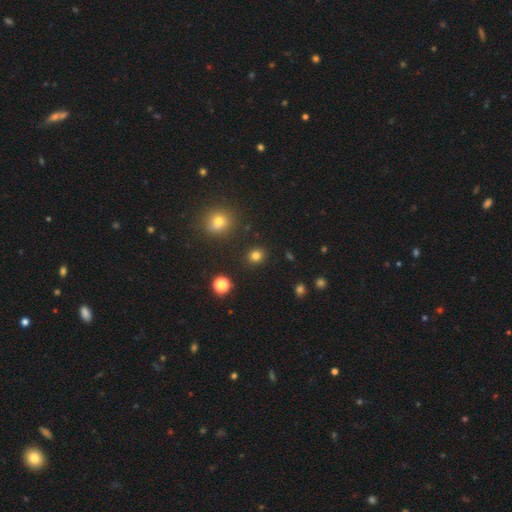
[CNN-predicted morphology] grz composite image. It shows a smooth galaxy with no disk features (80%) that is round (81%). Merging: none (89%).